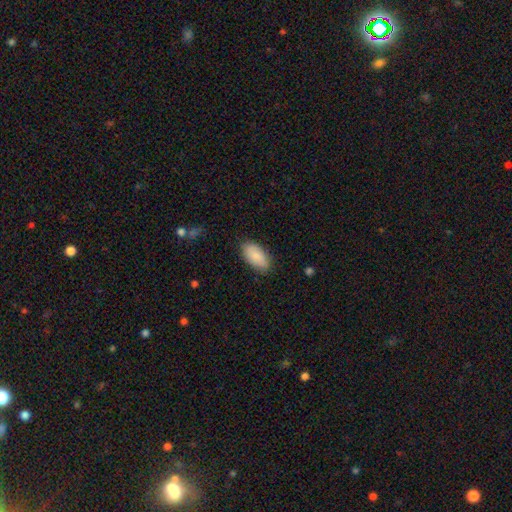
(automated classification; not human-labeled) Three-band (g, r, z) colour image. It shows a smooth galaxy with no disk features (86%) that is in between round and cigar-shaped (94%). Merging: none (83%).